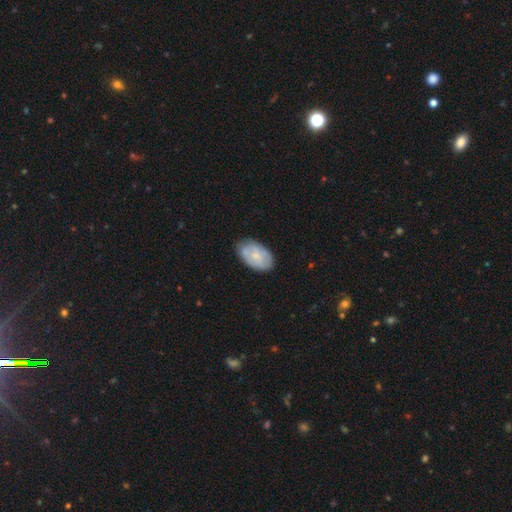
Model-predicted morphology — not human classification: smooth_or_featured: smooth (p=0.52) [alt: featured or disk p=0.42]
how_rounded: in between (p=0.92) [alt: round p=0.07]
merging: none (p=0.74) [alt: minor disturbance p=0.20]